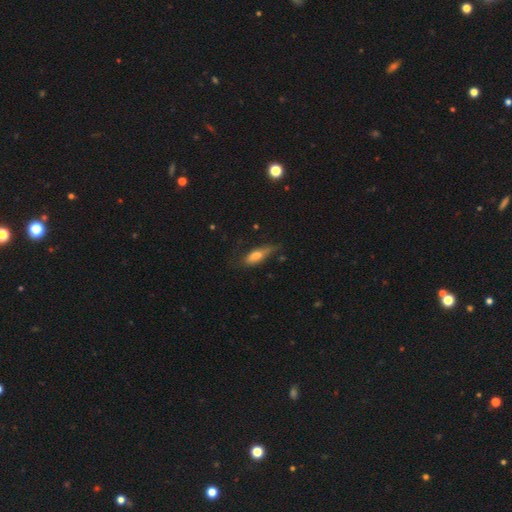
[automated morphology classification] A smooth galaxy with no disk features (68%) that is in between round and cigar-shaped (60%).

Vote fractions:
- Smooth or featured? smooth: 68% / featured or disk: 25% / star or artifact: 8%
- How rounded? in between: 60% / cigar-shaped: 38% / round: 3%
- Merging? none: 52% / minor disturbance: 32% / major disturbance: 13% / merger: 2%